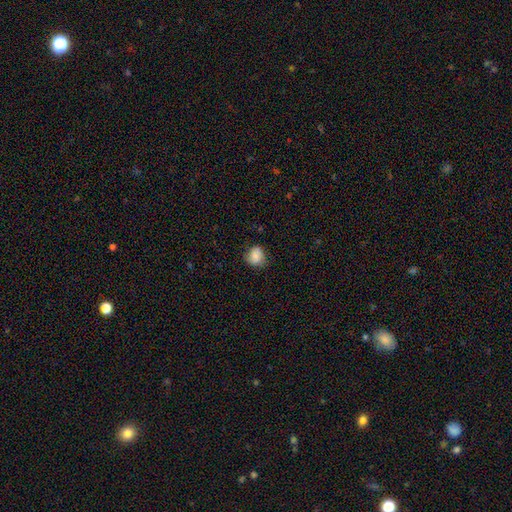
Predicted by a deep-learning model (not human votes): The model was most divided on "how rounded": round: 68%, in between: 31%, cigar-shaped: 1%. More confident: smooth or featured — smooth (84%); merging — none (72%).